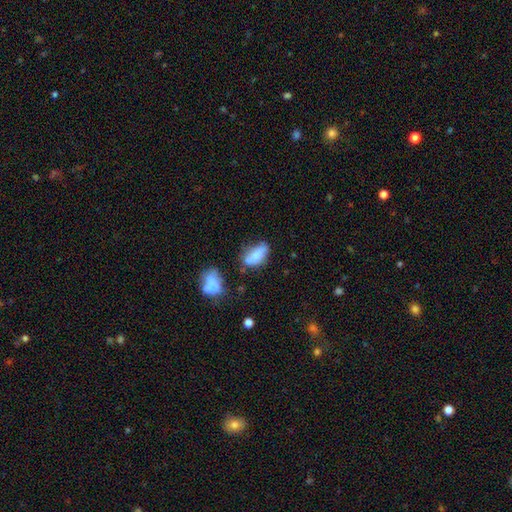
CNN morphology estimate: A smooth galaxy with no disk features (72%) that is in between round and cigar-shaped (84%).

Vote fractions:
- Smooth or featured? smooth: 72% / featured or disk: 19% / star or artifact: 9%
- How rounded? in between: 84% / cigar-shaped: 11% / round: 4%
- Merging? none: 44% / minor disturbance: 30% / merger: 14% / major disturbance: 12%